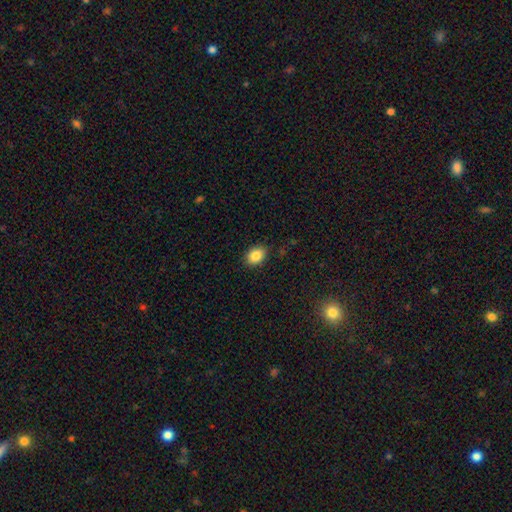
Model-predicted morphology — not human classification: A smooth galaxy with no disk features (86%) that is in between round and cigar-shaped (71%). Merging: none (87%).